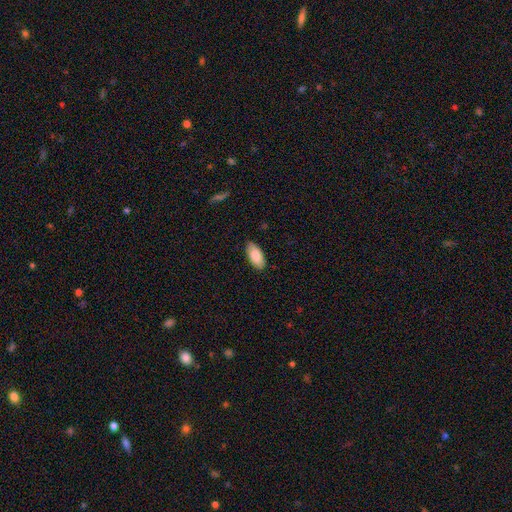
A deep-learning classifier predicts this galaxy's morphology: Smooth or featured? Predicted: smooth (p=0.84). How rounded? Predicted: in between (p=0.91). Merging? Predicted: none (p=0.86).